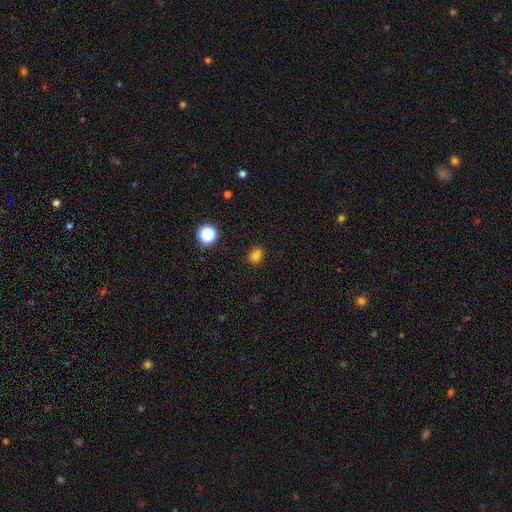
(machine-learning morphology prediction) Smooth or featured? smooth (77%)
How rounded? round (63%)
Merging? none (81%)